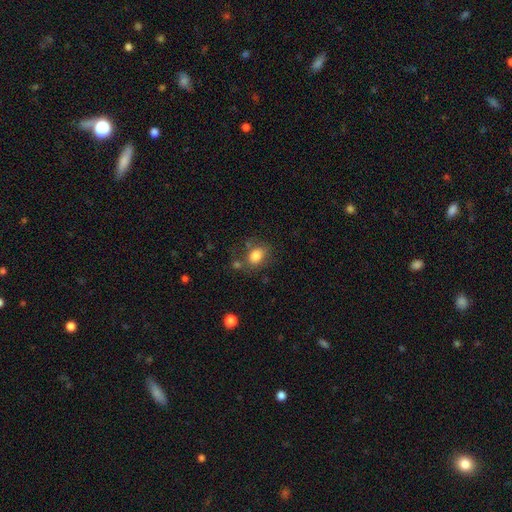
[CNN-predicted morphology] Smooth or featured?
  - smooth: 81% *
  - featured or disk: 10%
  - star or artifact: 9%
How rounded?
  - in between: 63% *
  - round: 35%
  - cigar-shaped: 1%
Merging?
  - none: 64% *
  - minor disturbance: 19%
  - merger: 10%
  - major disturbance: 7%